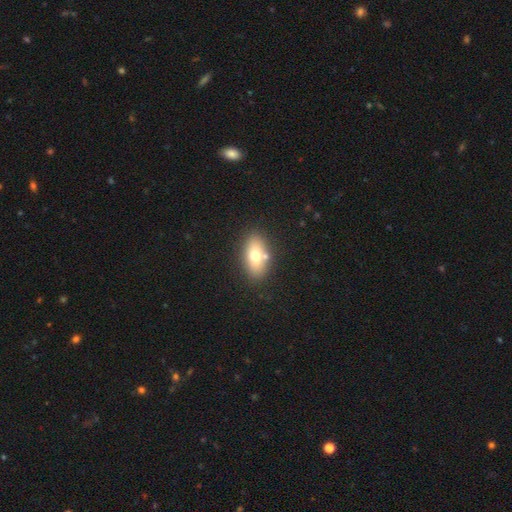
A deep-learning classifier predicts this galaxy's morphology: Q: Smooth or featured?
A: smooth (70%); runner-up: featured or disk (21%)
Q: How rounded?
A: in between (86%); runner-up: round (9%)
Q: Merging?
A: none (75%); runner-up: minor disturbance (11%)